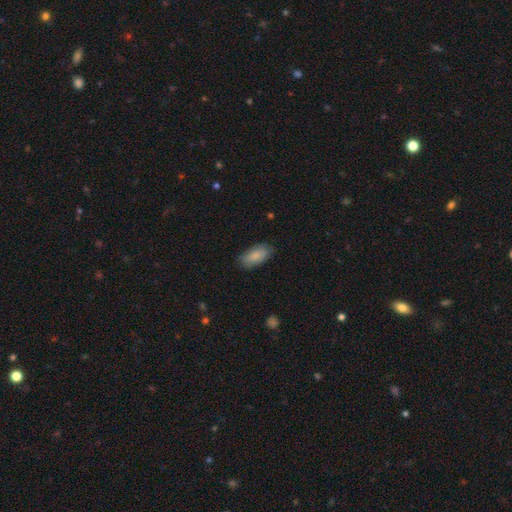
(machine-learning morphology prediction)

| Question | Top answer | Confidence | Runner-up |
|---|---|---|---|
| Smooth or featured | smooth | 85% | featured or disk (9%) |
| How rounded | in between | 89% | cigar-shaped (9%) |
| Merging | none | 82% | minor disturbance (14%) |